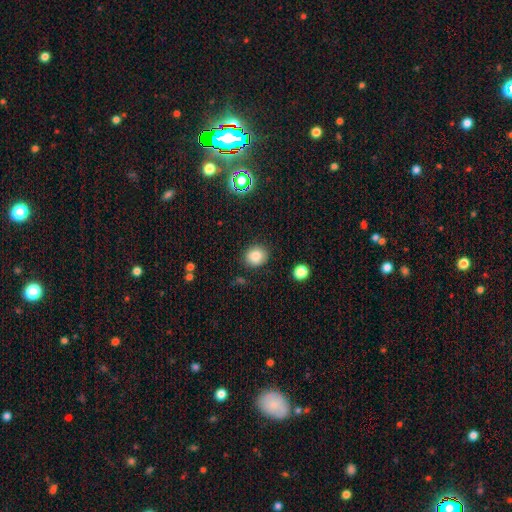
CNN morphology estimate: Smooth or featured? smooth (83%)
How rounded? round (67%)
Merging? none (85%)